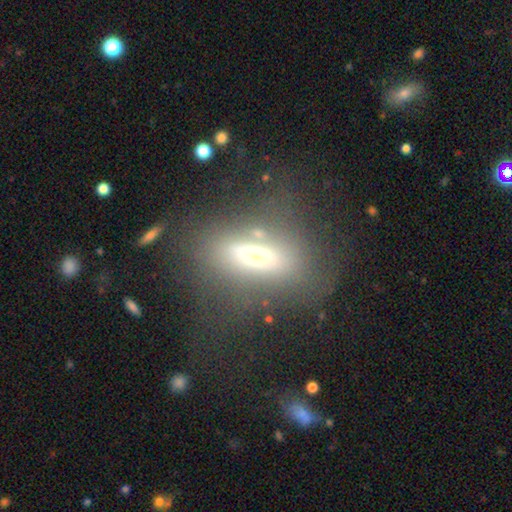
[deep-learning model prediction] Smooth or featured: smooth — 46% (featured or disk — 40%)
Merging: none — 54% (major disturbance — 19%)